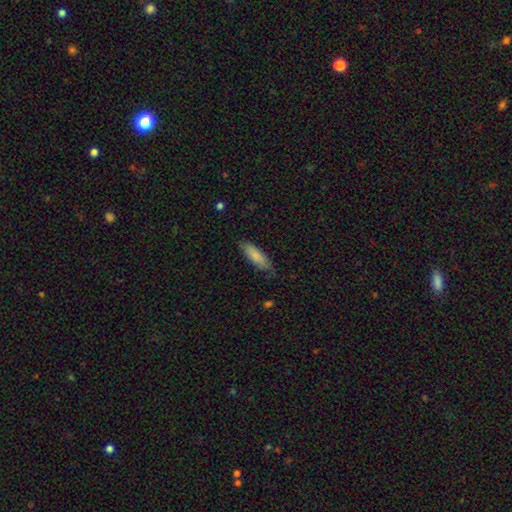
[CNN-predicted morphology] Smooth or featured?
  - smooth: 81% *
  - featured or disk: 13%
  - star or artifact: 6%
How rounded?
  - in between: 51% *
  - cigar-shaped: 48%
  - round: 2%
Merging?
  - none: 77% *
  - minor disturbance: 19%
  - major disturbance: 3%
  - merger: 1%